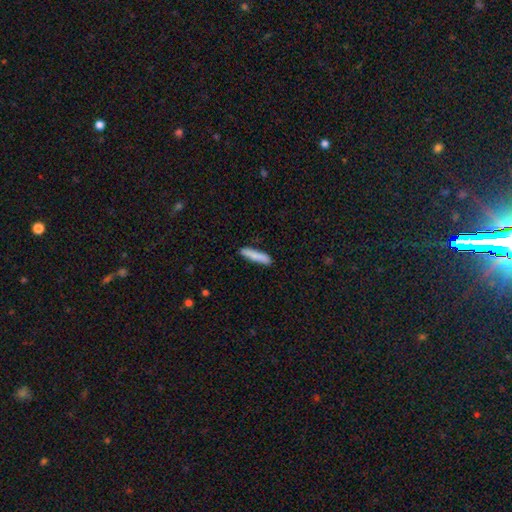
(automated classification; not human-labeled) Smooth or featured: smooth — 85% (featured or disk — 10%)
How rounded: cigar-shaped — 86% (in between — 12%)
Merging: none — 88% (minor disturbance — 9%)